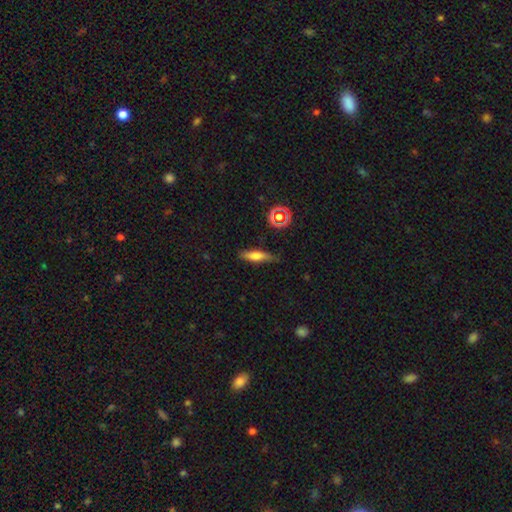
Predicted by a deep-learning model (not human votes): This is likely a smooth galaxy (68%). How rounded: likely cigar-shaped (66%). Merging: likely none (76%).